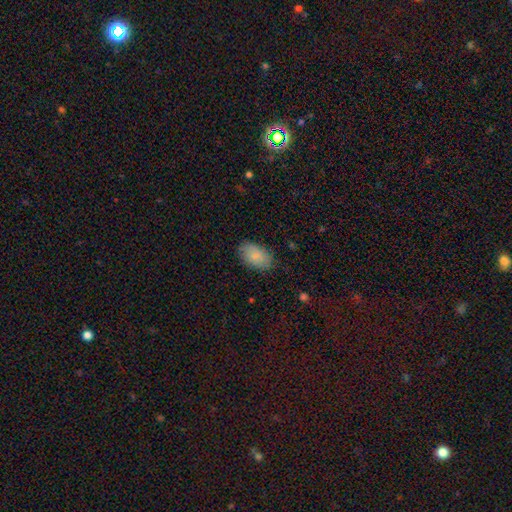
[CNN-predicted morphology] smooth_or_featured: smooth (p=0.84) [alt: featured or disk p=0.10]
how_rounded: in between (p=0.93) [alt: round p=0.06]
merging: none (p=0.82) [alt: minor disturbance p=0.14]